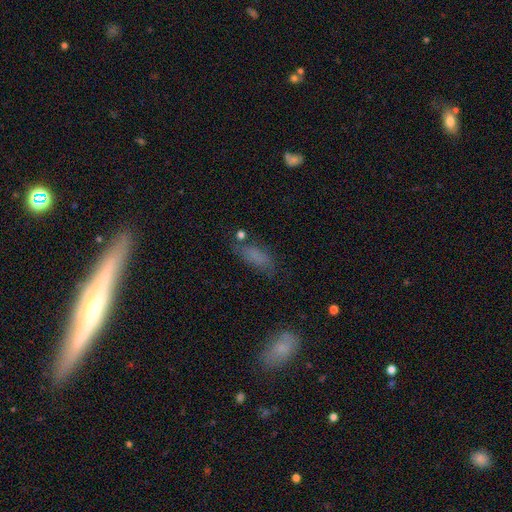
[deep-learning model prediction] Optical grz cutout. It shows a smooth galaxy with no disk features (72%) that is in between round and cigar-shaped (70%). Merging: none (61%).